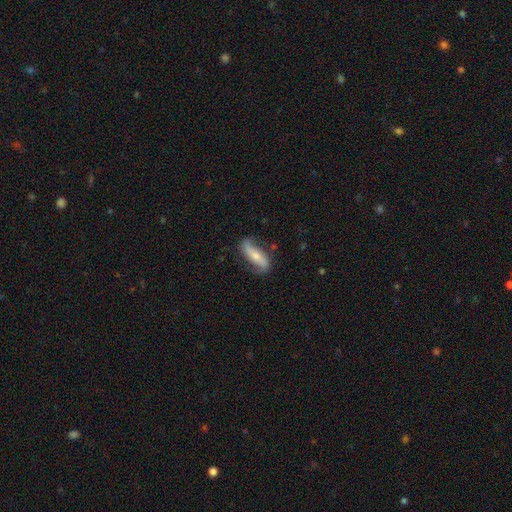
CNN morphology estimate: This is likely a featured or disk galaxy (65%). It is clearly not viewed edge-on (80%). Bar: marginally no (40%). Spiral arm pattern: clearly yes (87%). Central bulge: possibly moderate (46%). Merging: likely none (74%).